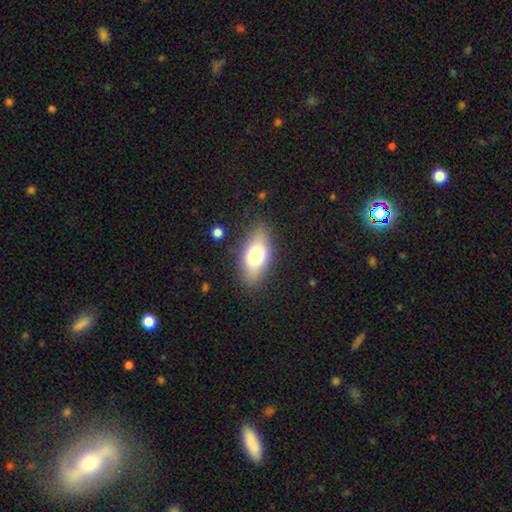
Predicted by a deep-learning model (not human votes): Overall: smooth (70%). How rounded: in between (83%). Merging: none (82%).